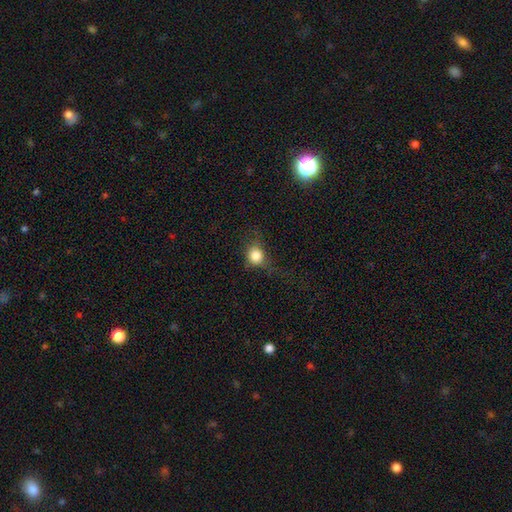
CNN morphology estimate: This appears to be a smooth galaxy with no disk features (79%) that is round (80%). Merging: none (54%).